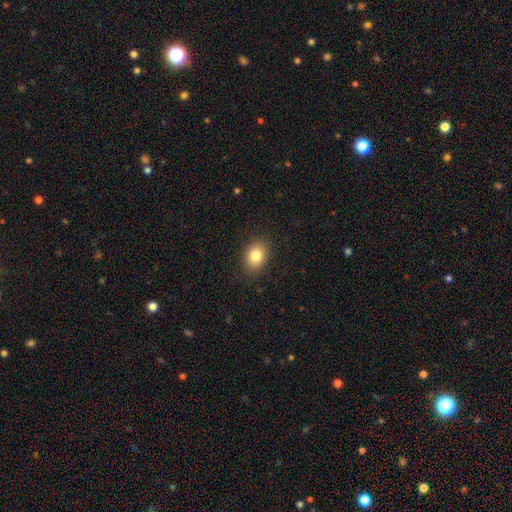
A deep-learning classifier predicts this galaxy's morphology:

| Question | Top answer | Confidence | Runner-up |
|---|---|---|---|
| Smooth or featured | smooth | 83% | star or artifact (10%) |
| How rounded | in between | 62% | round (37%) |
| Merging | none | 87% | minor disturbance (9%) |